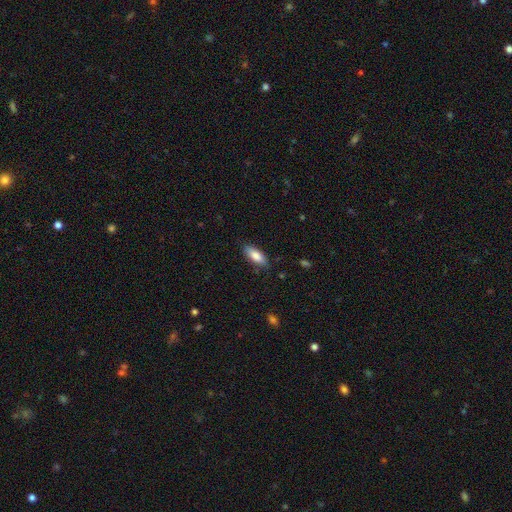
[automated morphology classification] This is clearly a smooth galaxy (83%). How rounded: likely in between (74%). Merging: clearly none (81%).